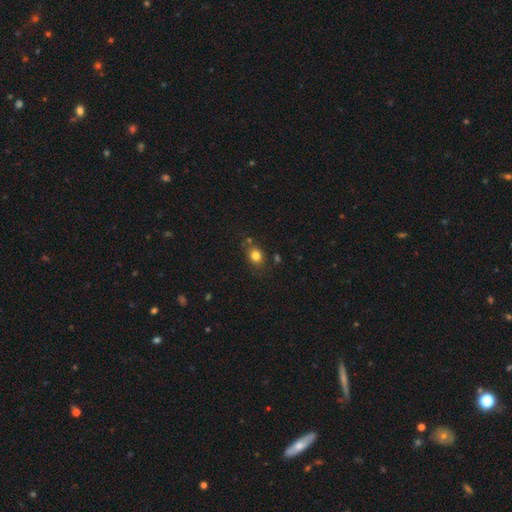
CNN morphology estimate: Overall: smooth (80%). How rounded: round (59%; in between 40%). Merging: none (74%).